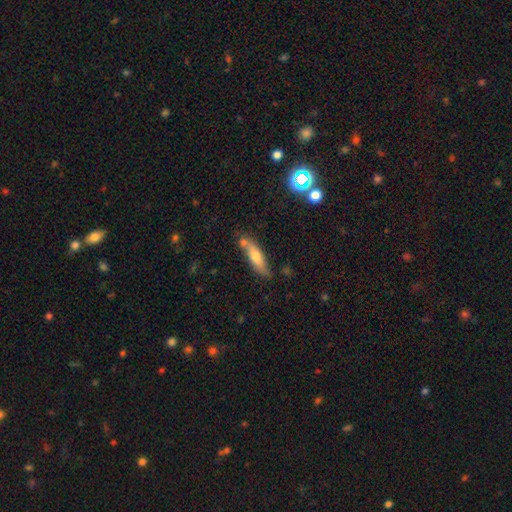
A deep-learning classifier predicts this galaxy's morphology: smooth-or-featured: smooth: 57% | featured or disk: 35% | star or artifact: 8%
  how-rounded: cigar-shaped: 68% | in between: 29% | round: 2%
  merging: none: 68% | minor disturbance: 18% | merger: 10% | major disturbance: 4%